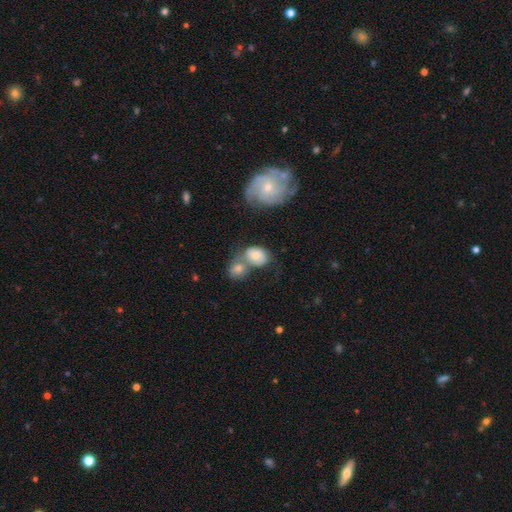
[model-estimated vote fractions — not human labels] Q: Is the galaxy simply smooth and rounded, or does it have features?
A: smooth — 62%.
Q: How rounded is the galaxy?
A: in between — 66%.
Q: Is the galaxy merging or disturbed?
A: merger — 51%.